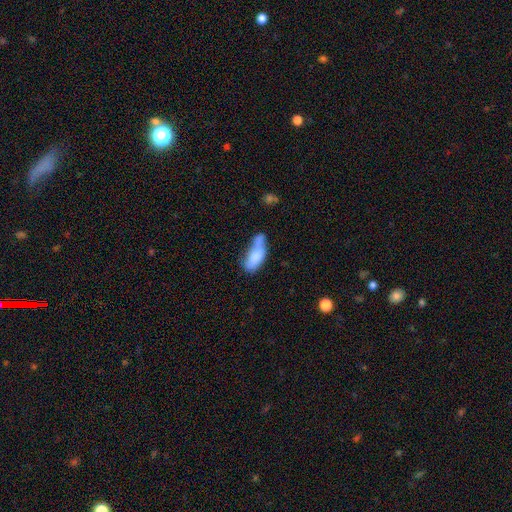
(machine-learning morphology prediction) smooth 77%, featured or disk 16%, star or artifact 8%. Down the decision tree: how rounded — in between (80%); merging — merger (34%).